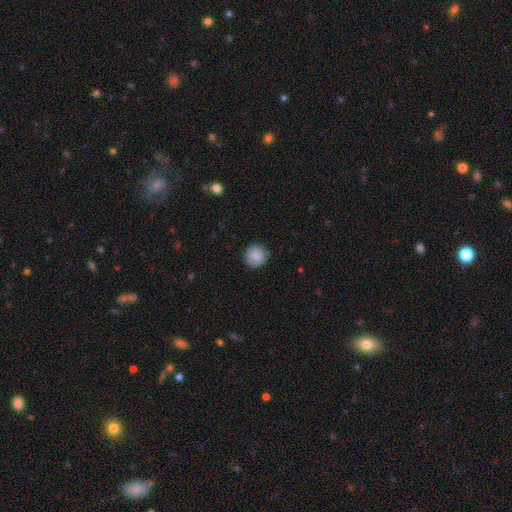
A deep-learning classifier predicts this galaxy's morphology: A smooth galaxy with no disk features (88%) that is round (94%). Merging: none (87%).